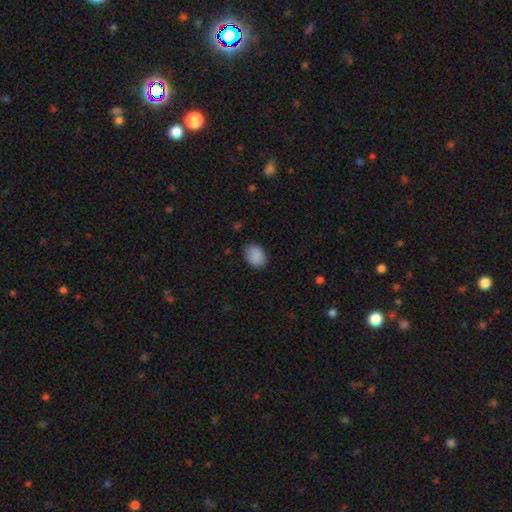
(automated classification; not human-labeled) The model was most divided on "how rounded": in between: 72%, round: 27%, cigar-shaped: 1%. More confident: smooth or featured — smooth (89%); merging — none (83%).